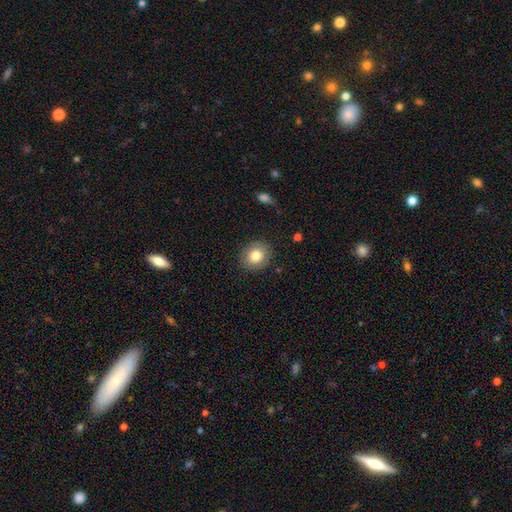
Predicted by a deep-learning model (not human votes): A smooth galaxy with no disk features (81%) that is round (69%). Merging: none (87%).